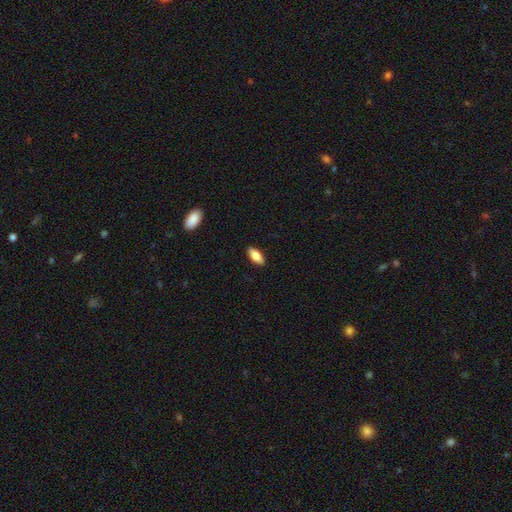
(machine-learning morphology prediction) Smooth or featured?
  - smooth: 77% *
  - featured or disk: 17%
  - star or artifact: 6%
How rounded?
  - in between: 81% *
  - cigar-shaped: 17%
  - round: 2%
Merging?
  - none: 89% *
  - minor disturbance: 8%
  - major disturbance: 2%
  - merger: 1%